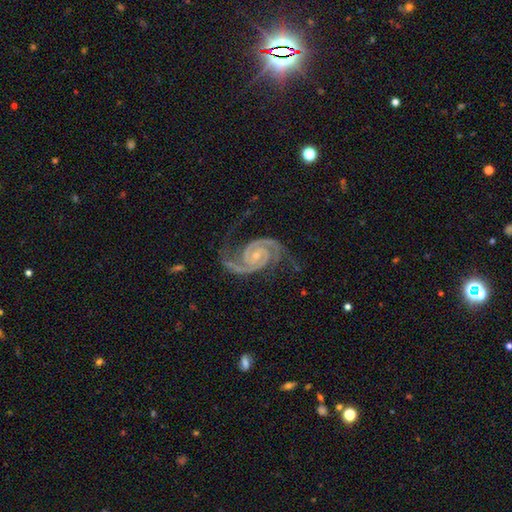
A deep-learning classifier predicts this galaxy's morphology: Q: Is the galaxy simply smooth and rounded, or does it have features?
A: featured or disk — 94%.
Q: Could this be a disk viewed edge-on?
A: no — 98%.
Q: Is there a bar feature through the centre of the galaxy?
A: no — 61%.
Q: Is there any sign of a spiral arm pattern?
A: yes — 99%.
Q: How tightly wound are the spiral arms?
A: medium — 47%.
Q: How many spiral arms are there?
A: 2 — 90%.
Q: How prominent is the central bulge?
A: small — 69%.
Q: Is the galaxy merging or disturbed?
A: none — 74%.